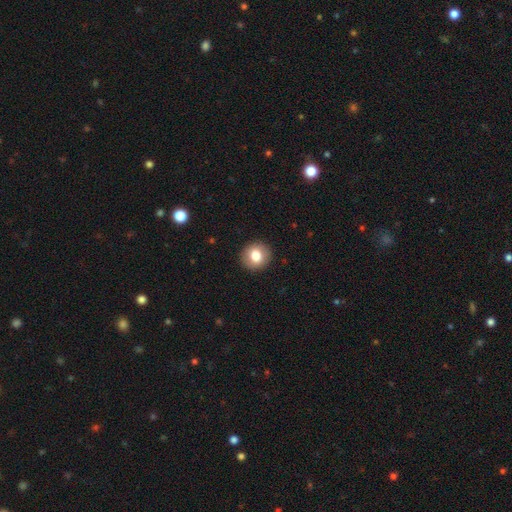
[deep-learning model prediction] A smooth galaxy with no disk features (80%) that is round (86%).

Vote fractions:
- Smooth or featured? smooth: 80% / featured or disk: 11% / star or artifact: 9%
- How rounded? round: 86% / in between: 13% / cigar-shaped: 1%
- Merging? none: 91% / minor disturbance: 6% / major disturbance: 2% / merger: 1%